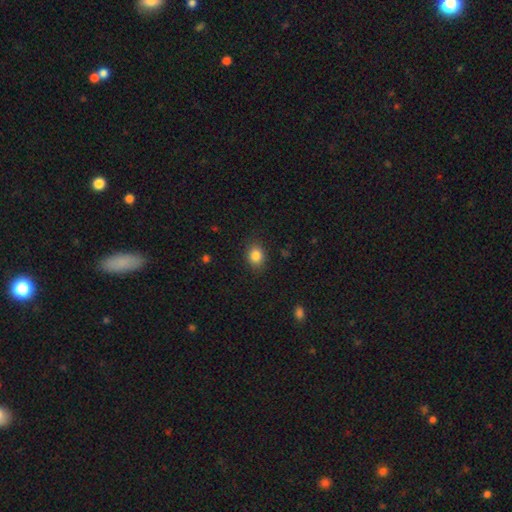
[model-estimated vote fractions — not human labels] The model was most divided on "how rounded": round: 56%, in between: 43%, cigar-shaped: 1%. More confident: merging — none (87%); smooth or featured — smooth (84%).